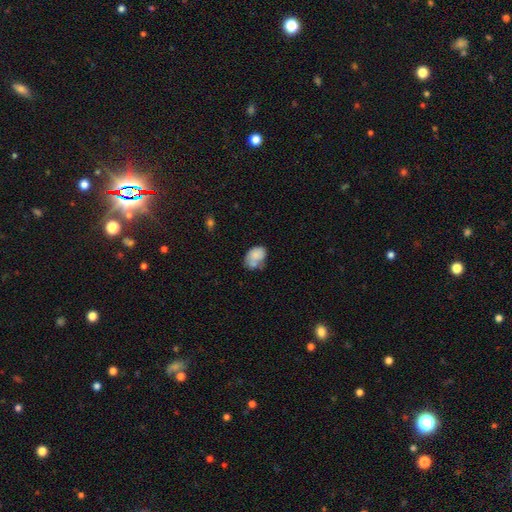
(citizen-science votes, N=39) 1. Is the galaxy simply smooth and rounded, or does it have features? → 67% smooth, 21% featured or disk, 13% star or artifact.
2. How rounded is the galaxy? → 77% in between, 23% round, 0% cigar-shaped.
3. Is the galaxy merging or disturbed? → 47% none, 24% minor disturbance, 24% merger, 6% major disturbance.